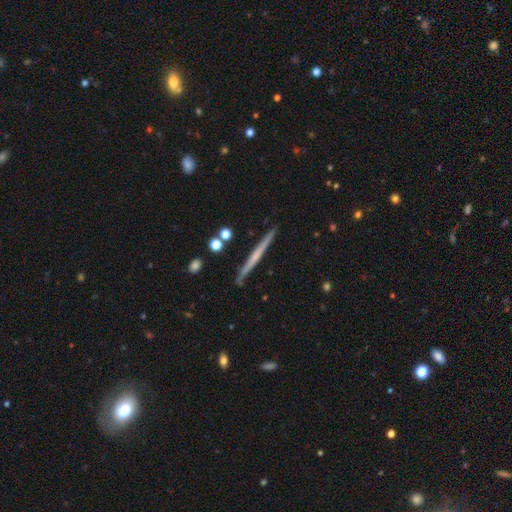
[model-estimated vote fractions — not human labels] Smooth or featured: featured or disk — 61% (smooth — 34%)
Edge-on disk: yes — 98% (no — 2%)
Edge-on bulge: none — 77% (rounded — 18%)
Merging: none — 90% (minor disturbance — 7%)